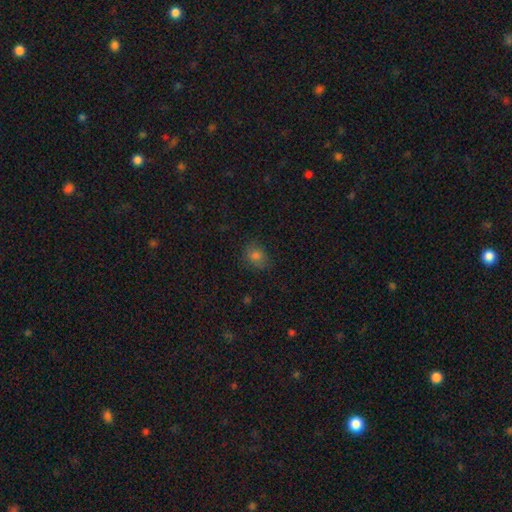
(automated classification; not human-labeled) The model was most divided on "how rounded": round: 52%, in between: 47%, cigar-shaped: 1%. More confident: smooth or featured — smooth (77%); merging — none (77%).